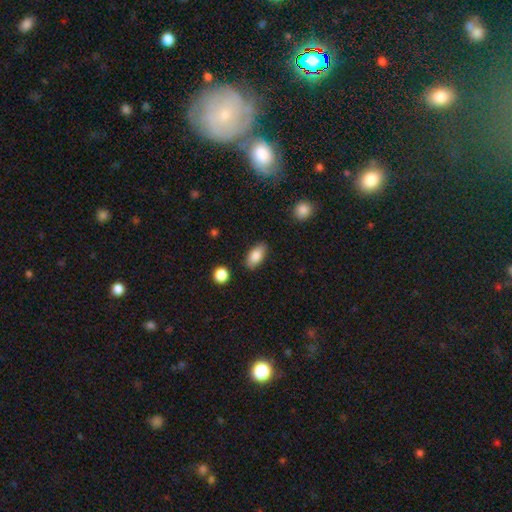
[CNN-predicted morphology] Smooth or featured? smooth (84%)
How rounded? in between (89%)
Merging? none (84%)